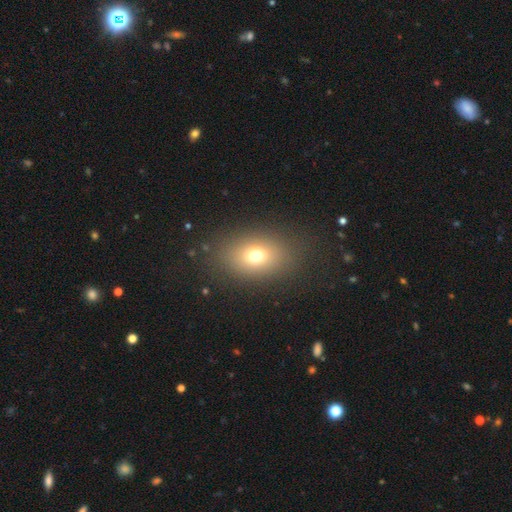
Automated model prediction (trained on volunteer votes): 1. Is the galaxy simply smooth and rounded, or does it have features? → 70% smooth, 16% star or artifact, 13% featured or disk.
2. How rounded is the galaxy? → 68% in between, 31% round, 1% cigar-shaped.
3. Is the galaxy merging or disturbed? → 83% none, 9% minor disturbance, 6% major disturbance, 1% merger.